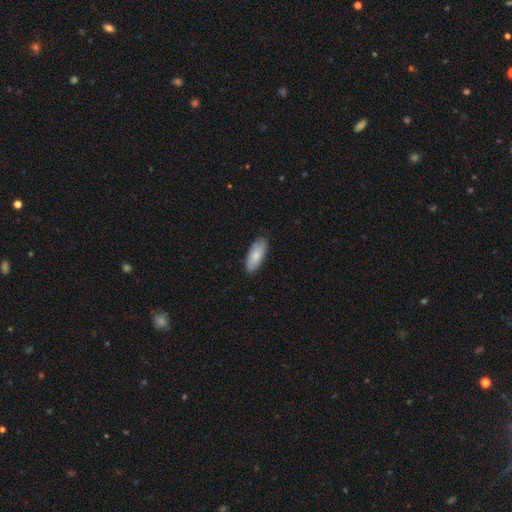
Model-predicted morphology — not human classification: A smooth galaxy with no disk features (81%) that is in between round and cigar-shaped (81%). Merging: none (83%).